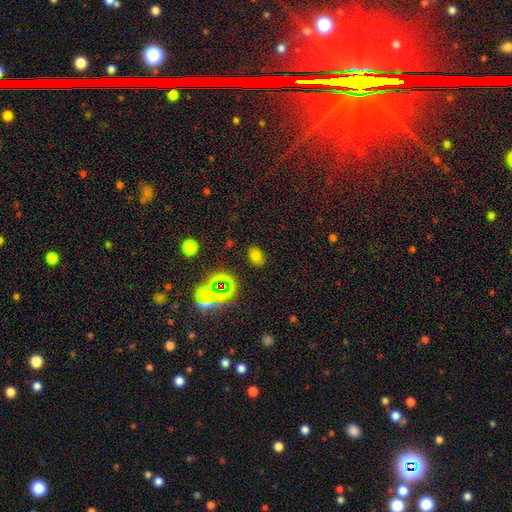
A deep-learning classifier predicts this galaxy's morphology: Smooth or featured? Predicted: smooth (p=0.65). How rounded? Predicted: in between (p=0.78). Merging? Predicted: none (p=0.81).